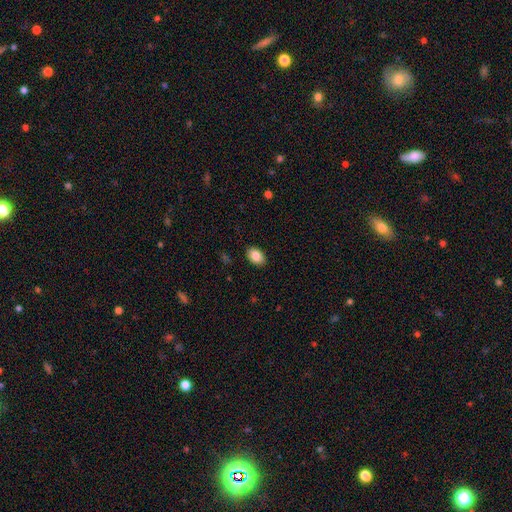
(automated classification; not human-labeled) Smooth or featured?
  - smooth: 87% *
  - star or artifact: 8%
  - featured or disk: 5%
How rounded?
  - in between: 85% *
  - round: 14%
  - cigar-shaped: 1%
Merging?
  - none: 89% *
  - minor disturbance: 8%
  - major disturbance: 2%
  - merger: 1%